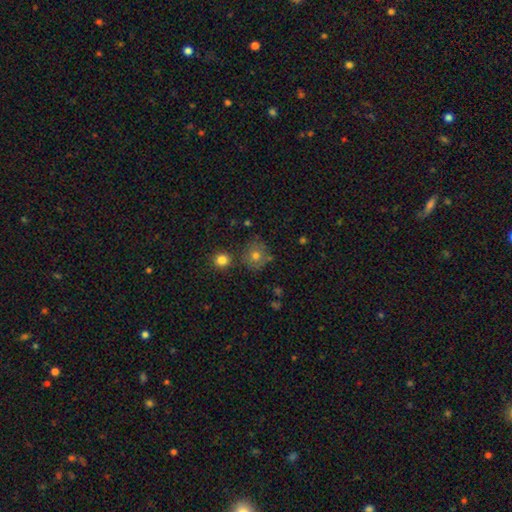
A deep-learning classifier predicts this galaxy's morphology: This is likely a smooth galaxy (73%). How rounded: clearly round (87%). Merging: likely none (74%).